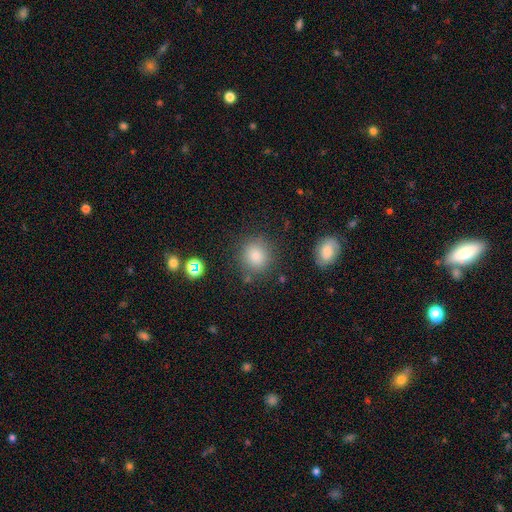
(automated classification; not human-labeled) The model was most divided on "merging": none: 81%, minor disturbance: 11%, major disturbance: 4%, merger: 4%. More confident: how rounded — round (85%); smooth or featured — smooth (84%).